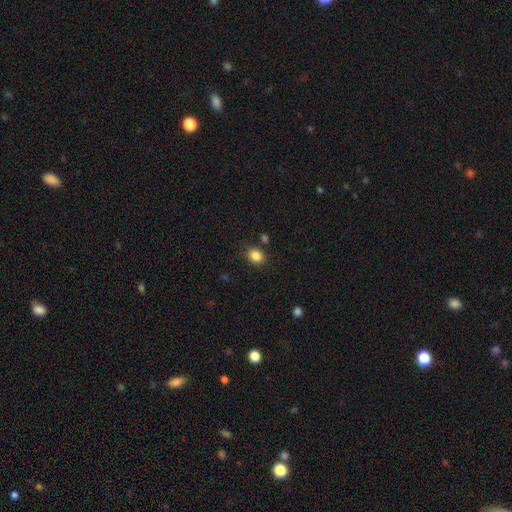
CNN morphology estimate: Smooth or featured? Predicted: smooth (p=0.85). How rounded? Predicted: in between (p=0.51). Merging? Predicted: none (p=0.80).